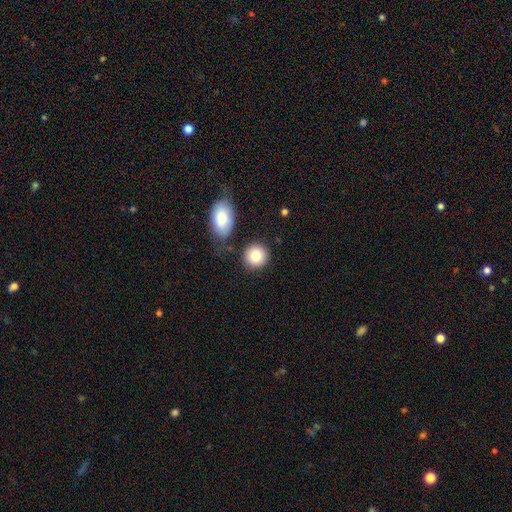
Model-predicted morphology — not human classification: smooth-or-featured: smooth: 82% | featured or disk: 9% | star or artifact: 8%
  how-rounded: round: 87% | in between: 12% | cigar-shaped: 1%
  merging: none: 79% | minor disturbance: 9% | merger: 9% | major disturbance: 3%